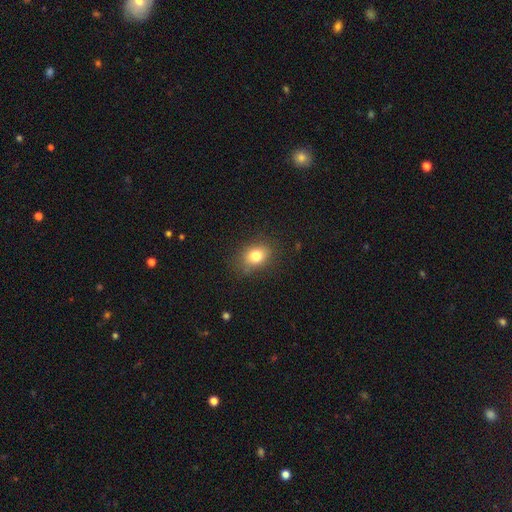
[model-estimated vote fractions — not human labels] A smooth galaxy with no disk features (79%) that is in between round and cigar-shaped (63%). Merging: none (80%).